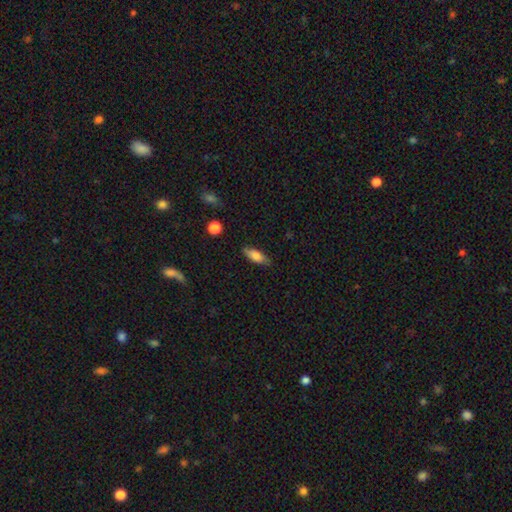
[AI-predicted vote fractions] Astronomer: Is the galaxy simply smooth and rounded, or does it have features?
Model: smooth — 76%.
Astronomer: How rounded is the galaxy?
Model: in between — 62%.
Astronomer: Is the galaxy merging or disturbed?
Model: none — 83%.